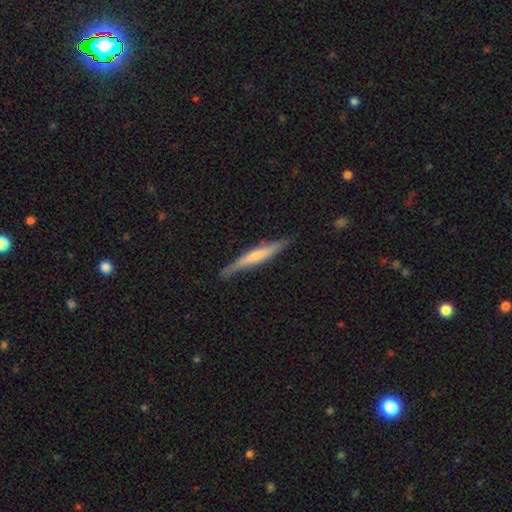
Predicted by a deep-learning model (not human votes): Smooth or featured: featured or disk — 52% (smooth — 43%)
Edge-on disk: yes — 94% (no — 6%)
Merging: none — 86% (minor disturbance — 11%)